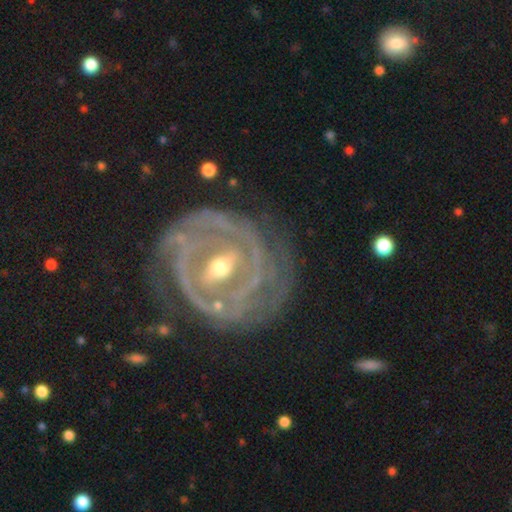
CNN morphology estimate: Smooth or featured? featured or disk (89%)
Edge-on disk? no (96%)
Bar? strong (45%)
Spiral arms? yes (93%)
Spiral winding? tight (76%)
Spiral arm count? 2 (29%)
Bulge size? moderate (55%)
Merging? none (71%)